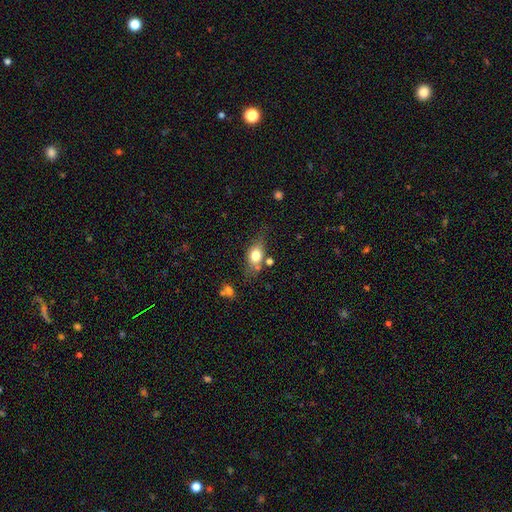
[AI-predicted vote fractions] Smooth or featured: smooth — 73% (featured or disk — 18%)
How rounded: in between — 73% (round — 20%)
Merging: none — 62% (minor disturbance — 22%)